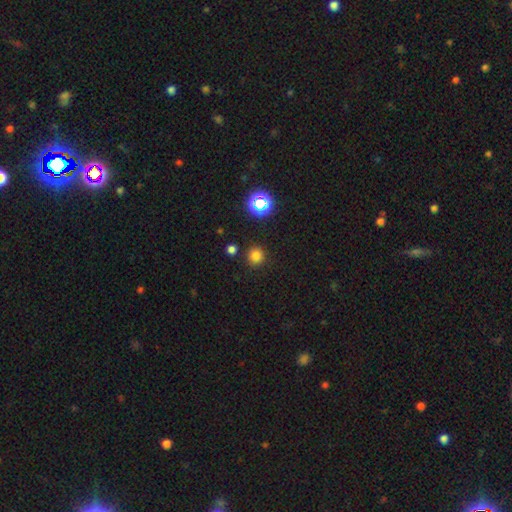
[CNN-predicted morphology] A smooth galaxy with no disk features (76%) that is round (94%). Merging: none (88%).